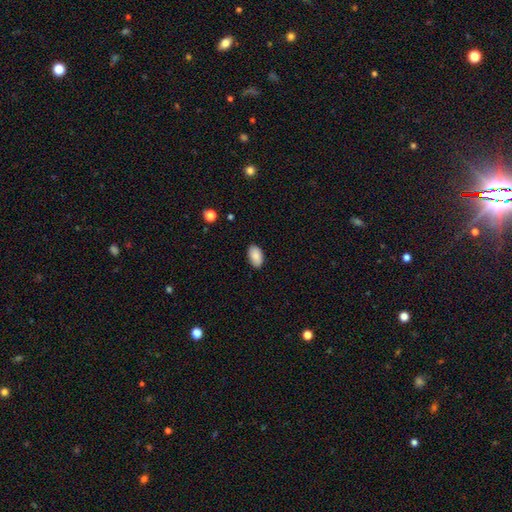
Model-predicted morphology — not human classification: This appears to be a smooth galaxy with no disk features (87%) that is in between round and cigar-shaped (94%). Merging: none (87%).